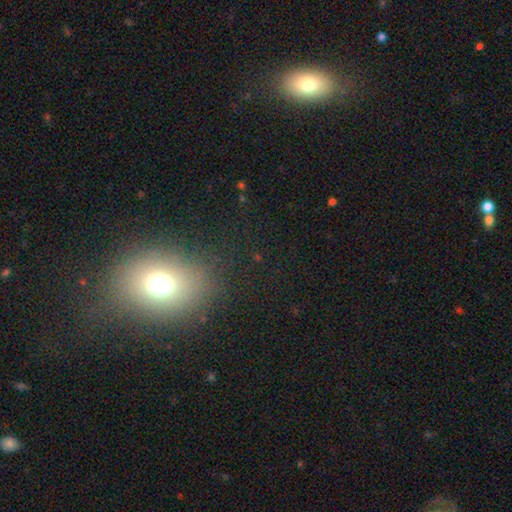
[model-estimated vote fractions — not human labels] Morphology: type=smooth (56%); roundness=round (51%); merging=none (78%).